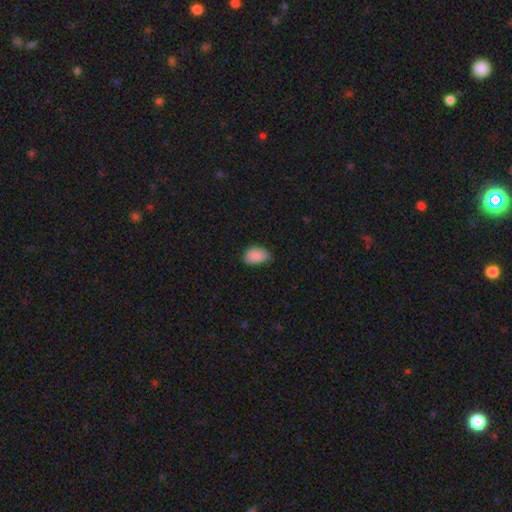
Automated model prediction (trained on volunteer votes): Smooth or featured?
  - smooth: 88% *
  - star or artifact: 7%
  - featured or disk: 5%
How rounded?
  - in between: 89% *
  - round: 10%
  - cigar-shaped: 1%
Merging?
  - none: 60% *
  - minor disturbance: 34%
  - major disturbance: 5%
  - merger: 1%